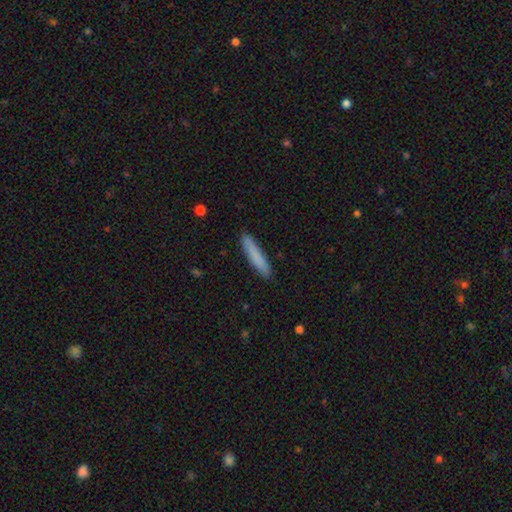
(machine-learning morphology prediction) smooth-or-featured: smooth: 83% | featured or disk: 11% | star or artifact: 6%
  how-rounded: cigar-shaped: 93% | in between: 6% | round: 1%
  merging: none: 90% | minor disturbance: 7% | major disturbance: 1% | merger: 1%